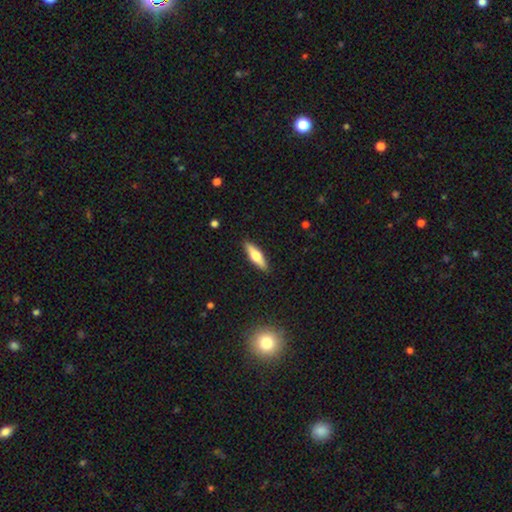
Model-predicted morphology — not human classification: type=smooth (53%); roundness=cigar-shaped (63%); merging=none (90%).